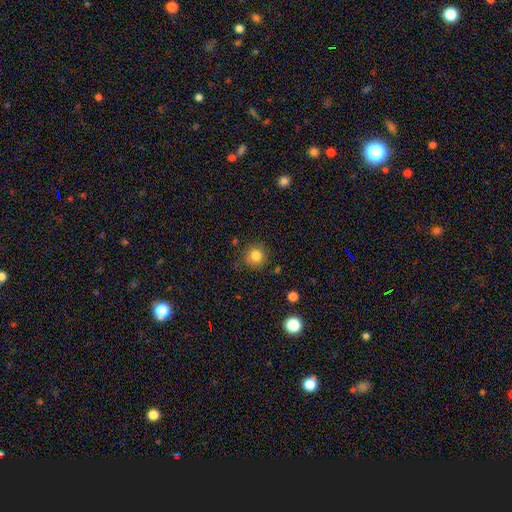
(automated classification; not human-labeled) Overall: smooth (82%). How rounded: round (91%). Merging: none (79%).